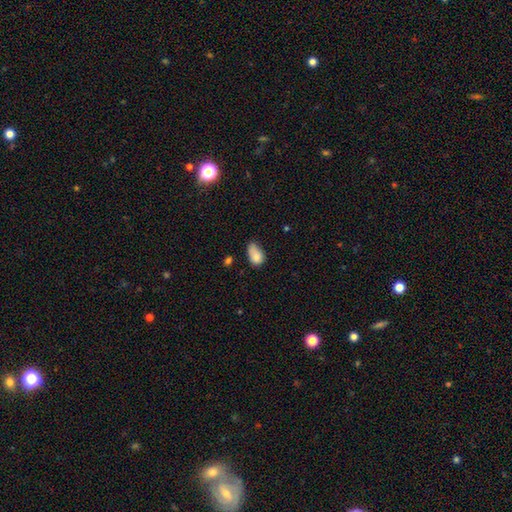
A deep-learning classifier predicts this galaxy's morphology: Q: Smooth or featured?
A: smooth (80%); runner-up: featured or disk (11%)
Q: How rounded?
A: in between (84%); runner-up: round (14%)
Q: Merging?
A: minor disturbance (43%); runner-up: none (31%)